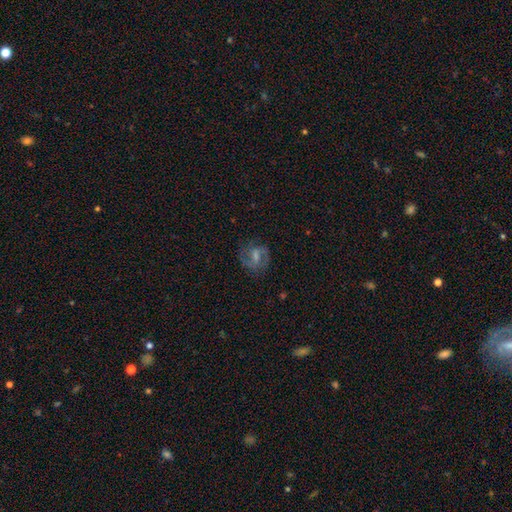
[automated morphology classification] This appears to be a featured or disk galaxy (66%) with a weak bar (51%), 2 (77%) medium (51%) spiral arms (88%) and a moderate central bulge (40%). Merging: none (77%).